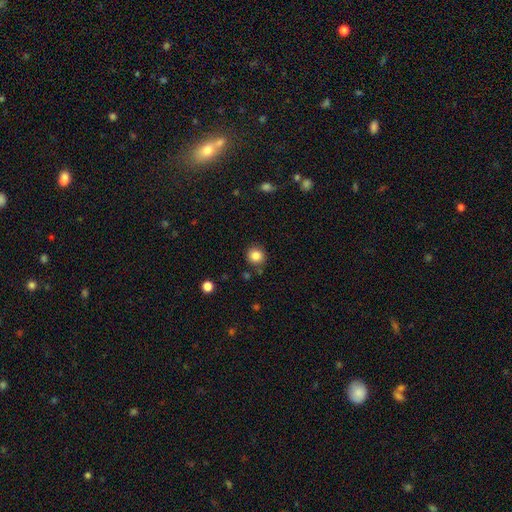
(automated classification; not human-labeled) Smooth or featured?
  - smooth: 85% *
  - star or artifact: 11%
  - featured or disk: 5%
How rounded?
  - round: 91% *
  - in between: 8%
  - cigar-shaped: 1%
Merging?
  - none: 85% *
  - minor disturbance: 9%
  - merger: 4%
  - major disturbance: 3%